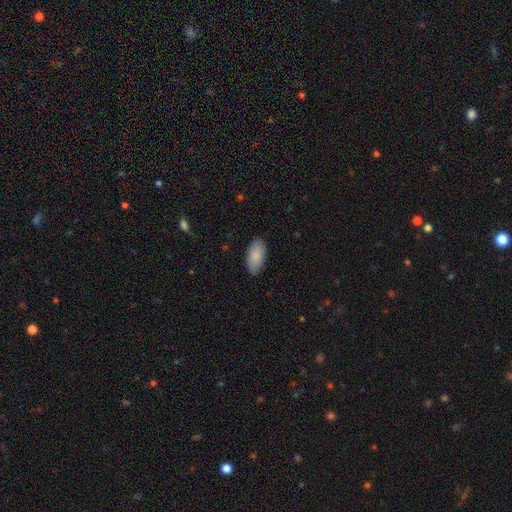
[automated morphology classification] Smooth or featured?
  - smooth: 87% *
  - featured or disk: 7%
  - star or artifact: 6%
How rounded?
  - in between: 94% *
  - cigar-shaped: 4%
  - round: 2%
Merging?
  - none: 86% *
  - minor disturbance: 11%
  - major disturbance: 2%
  - merger: 1%